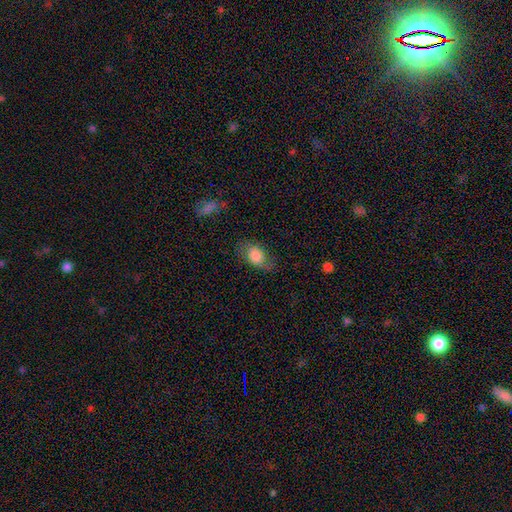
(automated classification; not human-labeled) The model was most divided on "merging": none: 61%, minor disturbance: 25%, major disturbance: 12%, merger: 2%. More confident: how rounded — in between (81%); smooth or featured — smooth (76%).